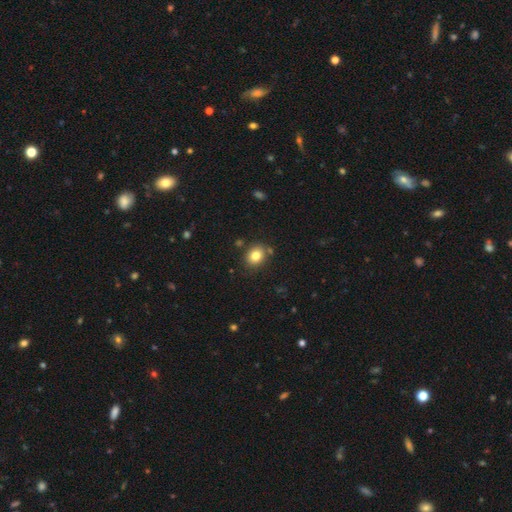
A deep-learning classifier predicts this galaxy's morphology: smooth_or_featured: smooth (p=0.81) [alt: star or artifact p=0.10]
how_rounded: round (p=0.57) [alt: in between p=0.43]
merging: none (p=0.80) [alt: minor disturbance p=0.11]